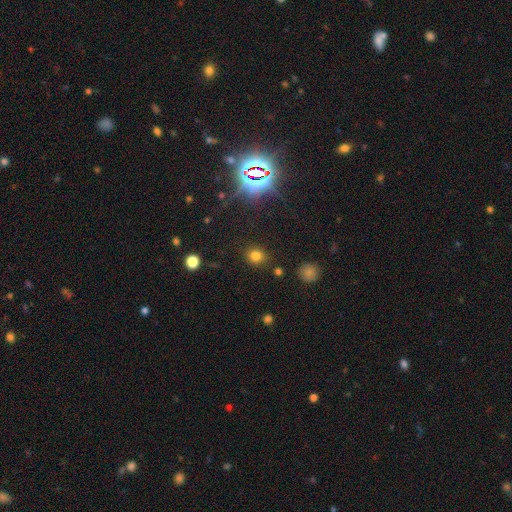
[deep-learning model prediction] A smooth galaxy with no disk features (75%) that is round (78%). Merging: none (85%).